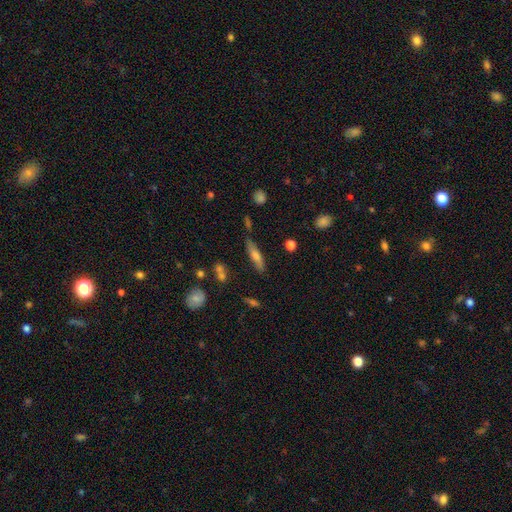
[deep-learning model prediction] smooth-or-featured: smooth: 54% | featured or disk: 38% | star or artifact: 8%
  how-rounded: cigar-shaped: 72% | in between: 25% | round: 3%
  merging: none: 72% | minor disturbance: 18% | merger: 5% | major disturbance: 5%